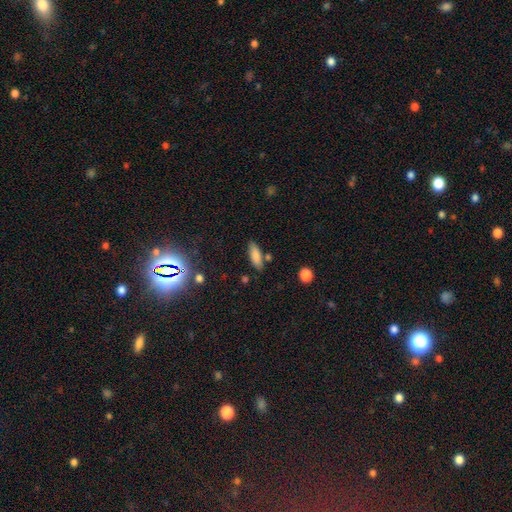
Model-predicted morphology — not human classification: This is clearly a smooth galaxy (82%). How rounded: likely in between (68%). Merging: likely none (76%).